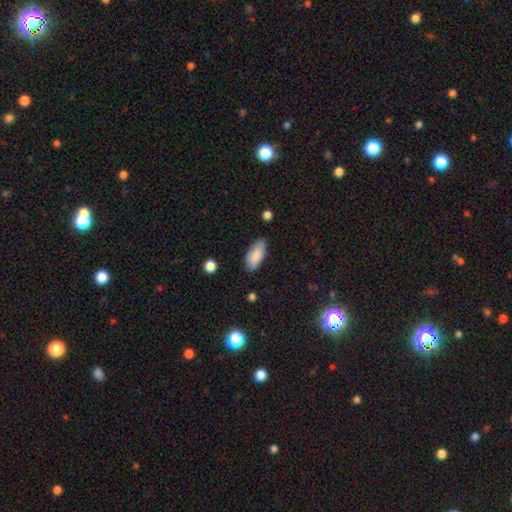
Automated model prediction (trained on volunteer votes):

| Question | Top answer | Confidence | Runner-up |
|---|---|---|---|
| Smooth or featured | smooth | 86% | featured or disk (8%) |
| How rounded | in between | 85% | cigar-shaped (13%) |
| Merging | none | 82% | minor disturbance (14%) |